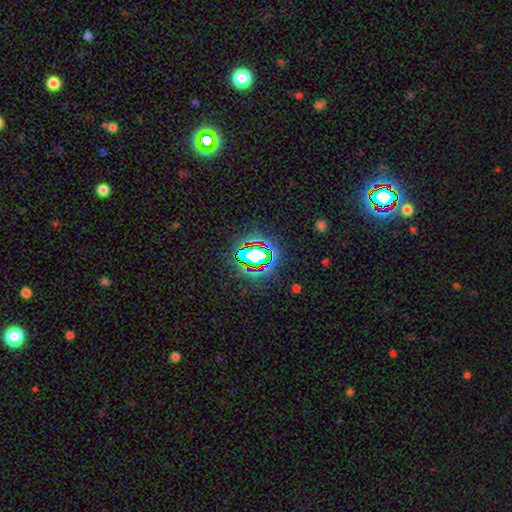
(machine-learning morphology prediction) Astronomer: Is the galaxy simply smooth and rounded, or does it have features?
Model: star or artifact — 67%.